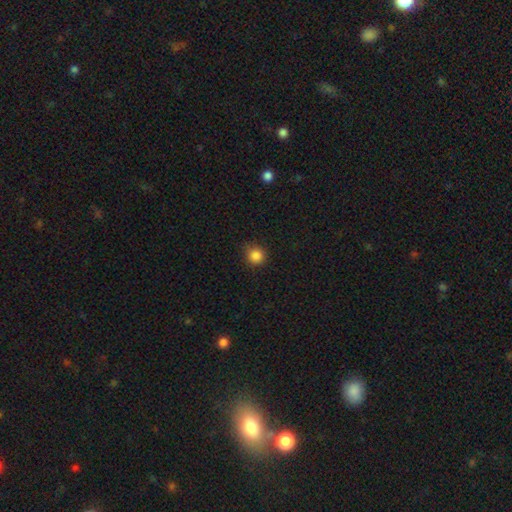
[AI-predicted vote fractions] Smooth or featured?
  - smooth: 85% *
  - star or artifact: 11%
  - featured or disk: 3%
How rounded?
  - round: 93% *
  - in between: 6%
  - cigar-shaped: 1%
Merging?
  - none: 86% *
  - minor disturbance: 11%
  - major disturbance: 2%
  - merger: 1%